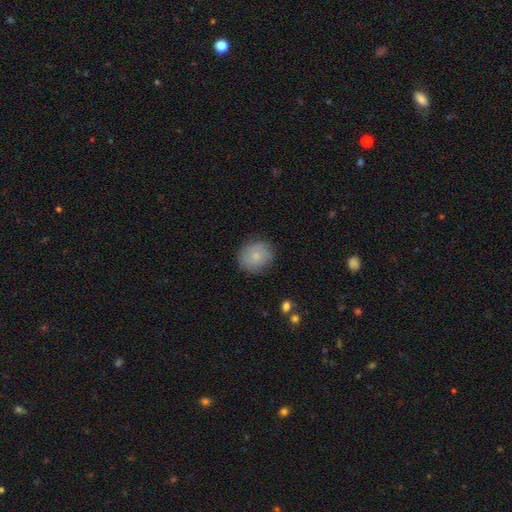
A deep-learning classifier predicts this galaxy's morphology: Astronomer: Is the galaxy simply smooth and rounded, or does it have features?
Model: smooth — 78%.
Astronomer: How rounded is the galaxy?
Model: round — 70%.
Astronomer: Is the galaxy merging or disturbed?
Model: none — 83%.